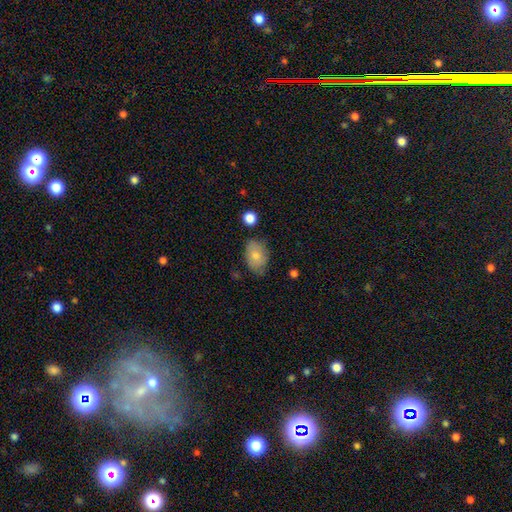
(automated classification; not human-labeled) Smooth or featured? smooth (77%)
How rounded? in between (82%)
Merging? none (65%)